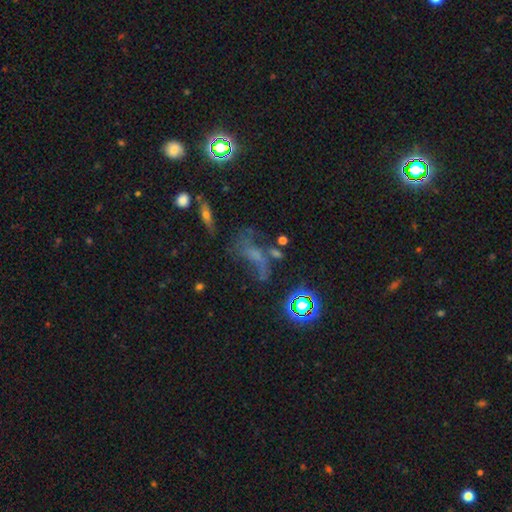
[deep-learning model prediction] Overall: featured or disk (38%, tied with star or artifact). Merging: none (37%; major disturbance 32%).